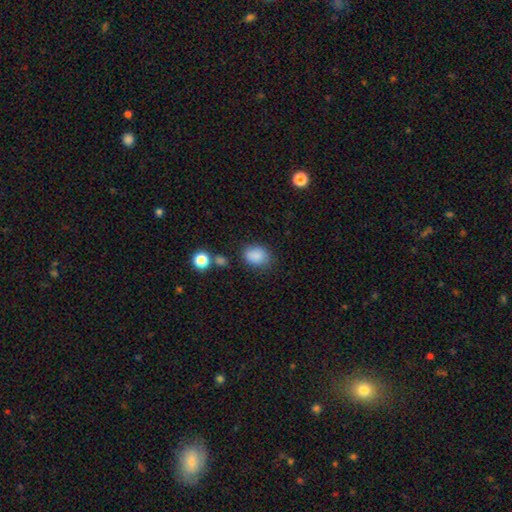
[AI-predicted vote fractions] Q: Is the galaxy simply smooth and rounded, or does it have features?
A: smooth — 86%.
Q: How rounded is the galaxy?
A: in between — 60%.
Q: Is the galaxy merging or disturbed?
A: none — 75%.